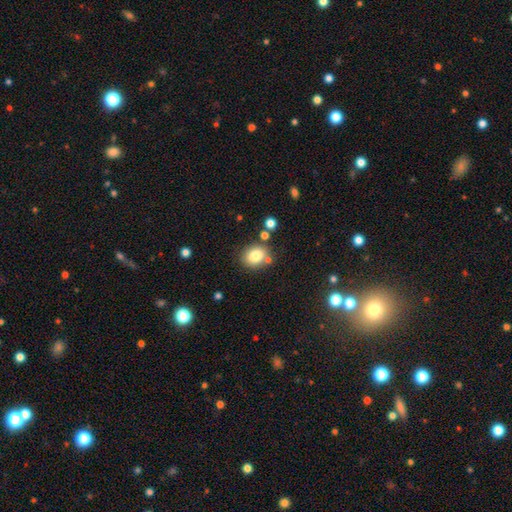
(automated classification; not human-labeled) Smooth or featured: smooth — 81% (star or artifact — 10%)
How rounded: round — 54% (in between — 46%)
Merging: none — 74% (minor disturbance — 12%)